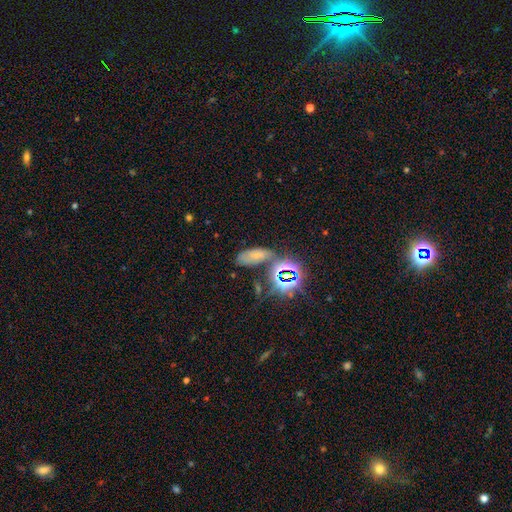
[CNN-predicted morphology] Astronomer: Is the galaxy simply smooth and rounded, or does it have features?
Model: smooth — 48% (runner-up: star or artifact, 36%).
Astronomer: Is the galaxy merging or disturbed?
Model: none — 58%.